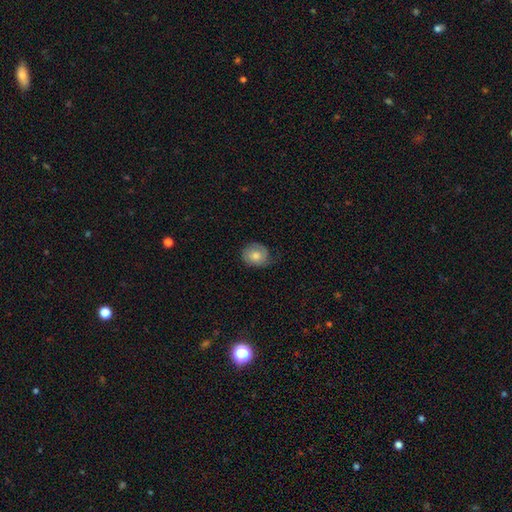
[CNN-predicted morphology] smooth_or_featured: smooth (p=0.59) [alt: featured or disk p=0.34]
how_rounded: round (p=0.65) [alt: in between p=0.34]
merging: none (p=0.62) [alt: minor disturbance p=0.27]